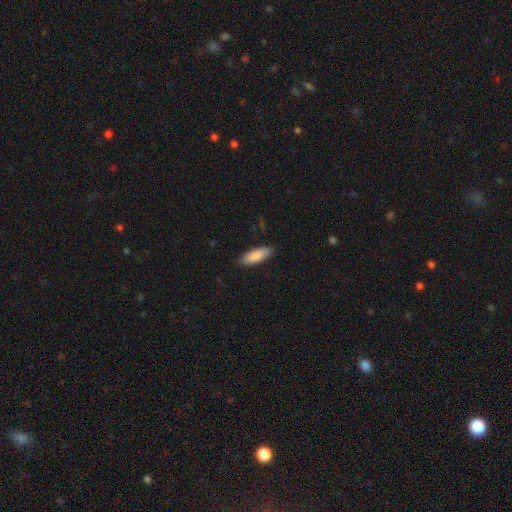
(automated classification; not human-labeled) This appears to be a smooth galaxy with no disk features (86%) that is in between round and cigar-shaped (64%). Merging: none (86%).